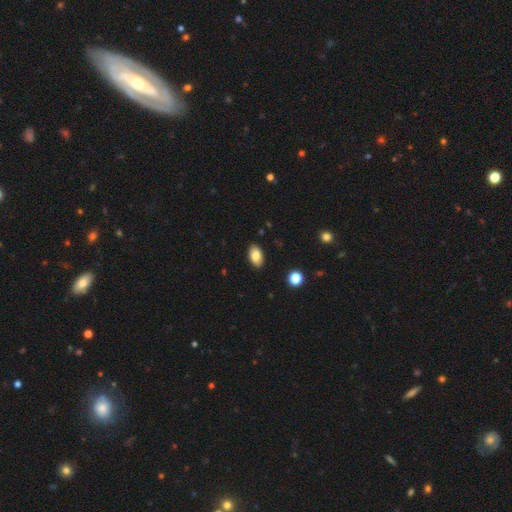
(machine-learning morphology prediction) smooth-or-featured: smooth: 84% | featured or disk: 8% | star or artifact: 8%
  how-rounded: in between: 93% | round: 5% | cigar-shaped: 2%
  merging: none: 88% | minor disturbance: 9% | major disturbance: 2% | merger: 1%